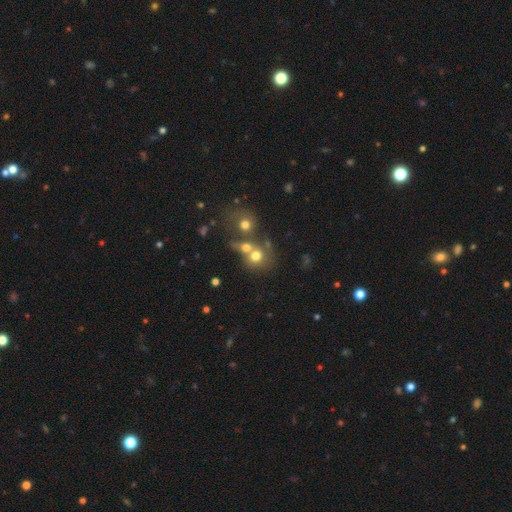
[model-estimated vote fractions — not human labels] smooth 68%, featured or disk 18%, star or artifact 14%. Down the decision tree: how rounded — round (76%); merging — merger (54%).